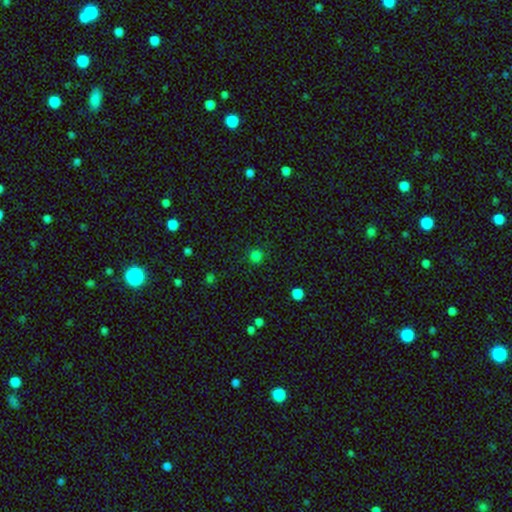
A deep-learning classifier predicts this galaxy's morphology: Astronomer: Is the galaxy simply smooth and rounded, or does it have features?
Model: smooth — 79%.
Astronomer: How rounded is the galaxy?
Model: round — 94%.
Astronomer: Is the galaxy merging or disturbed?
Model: none — 89%.